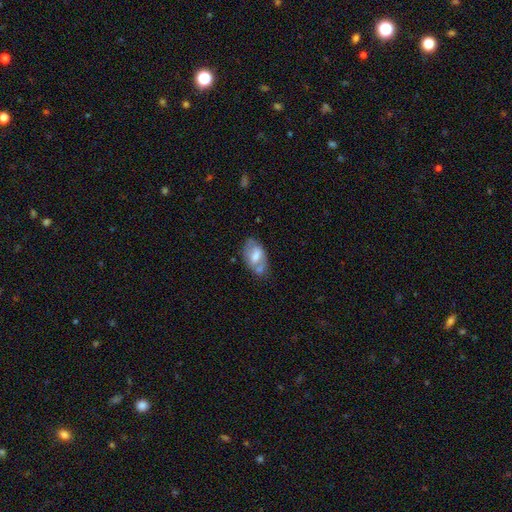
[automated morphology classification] type=smooth (49%); merging=none (52%).